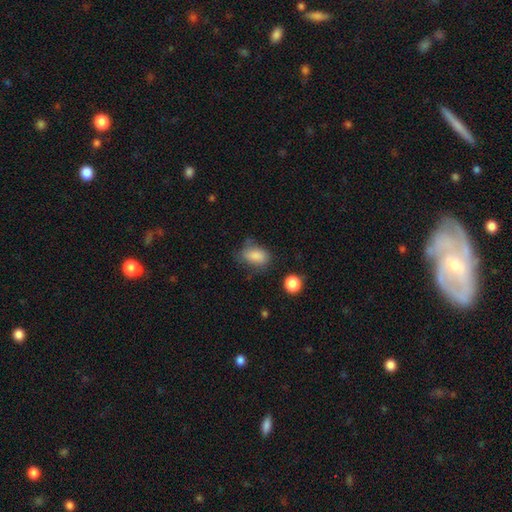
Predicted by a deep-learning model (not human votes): smooth 82%, star or artifact 9%, featured or disk 8%. Down the decision tree: how rounded — in between (84%); merging — none (52%).